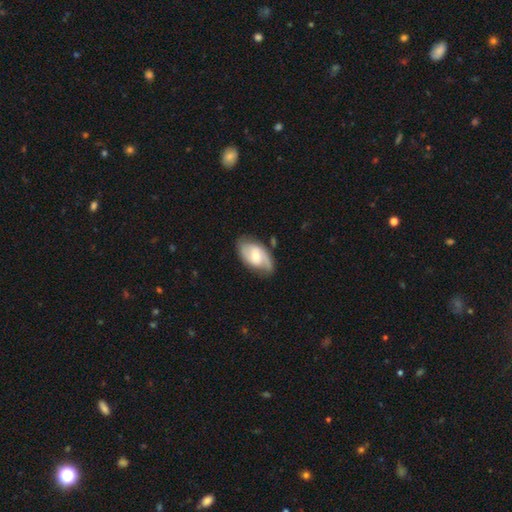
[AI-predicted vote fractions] Smooth or featured? Predicted: featured or disk (p=0.71). Edge-on disk? Predicted: no (p=0.95). Bar? Predicted: no (p=0.52). Spiral arms? Predicted: yes (p=0.90). Spiral winding? Predicted: medium (p=0.43). Spiral arm count? Predicted: 2 (p=0.74). Bulge size? Predicted: moderate (p=0.58). Merging? Predicted: none (p=0.73).